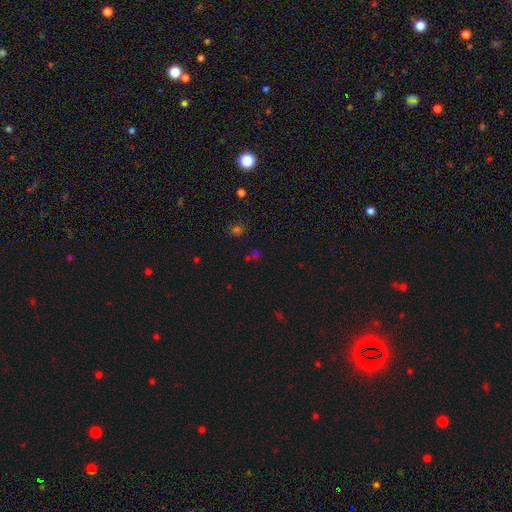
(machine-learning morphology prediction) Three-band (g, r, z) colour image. It shows a star or artifact, not a galaxy (53%).